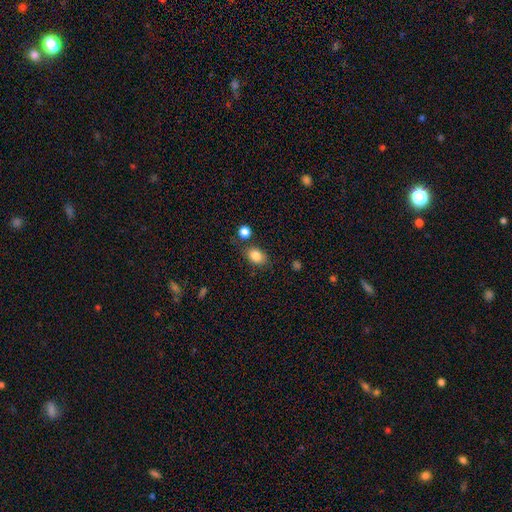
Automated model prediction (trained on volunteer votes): Smooth or featured? Predicted: smooth (p=0.83). How rounded? Predicted: in between (p=0.73). Merging? Predicted: none (p=0.73).